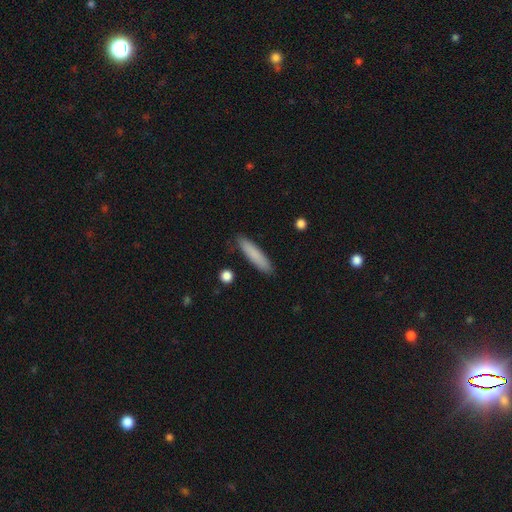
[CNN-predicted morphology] Overall: smooth (83%). How rounded: cigar-shaped (83%). Merging: none (87%).